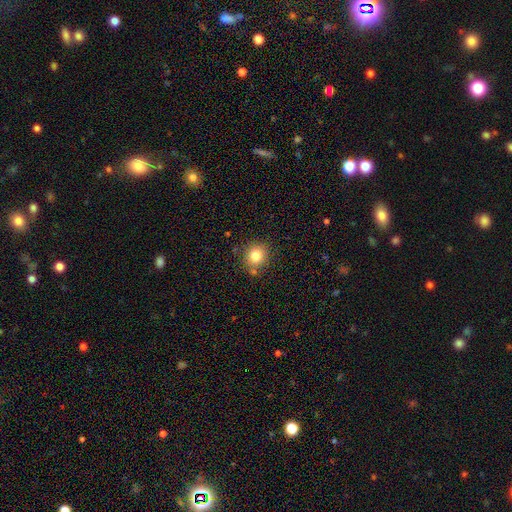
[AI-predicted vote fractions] A smooth galaxy with no disk features (81%) that is round (86%).

Vote fractions:
- Smooth or featured? smooth: 81% / star or artifact: 12% / featured or disk: 8%
- How rounded? round: 86% / in between: 13% / cigar-shaped: 1%
- Merging? none: 81% / minor disturbance: 10% / merger: 6% / major disturbance: 3%